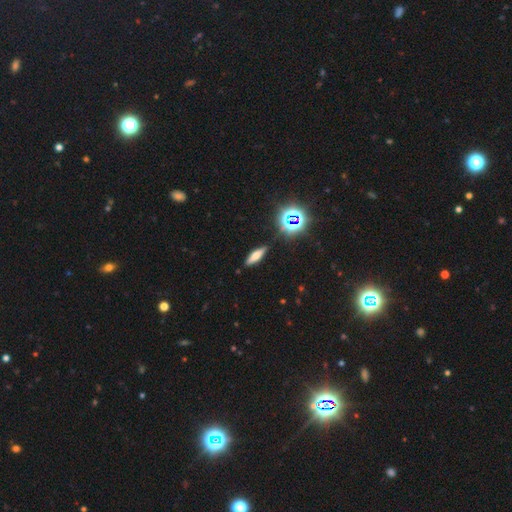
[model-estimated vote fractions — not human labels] Smooth or featured?
  - smooth: 53% *
  - featured or disk: 28%
  - star or artifact: 19%
How rounded?
  - cigar-shaped: 58% *
  - in between: 37%
  - round: 5%
Merging?
  - none: 86% *
  - minor disturbance: 9%
  - major disturbance: 2%
  - merger: 2%